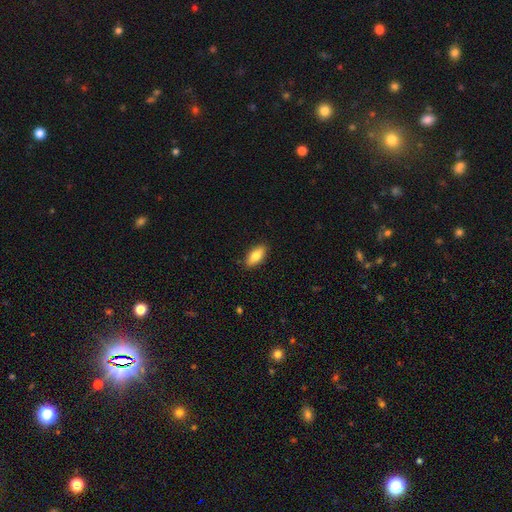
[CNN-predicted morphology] The model was most divided on "smooth or featured": smooth: 81%, featured or disk: 12%, star or artifact: 6%. More confident: merging — none (88%); how rounded — in between (84%).